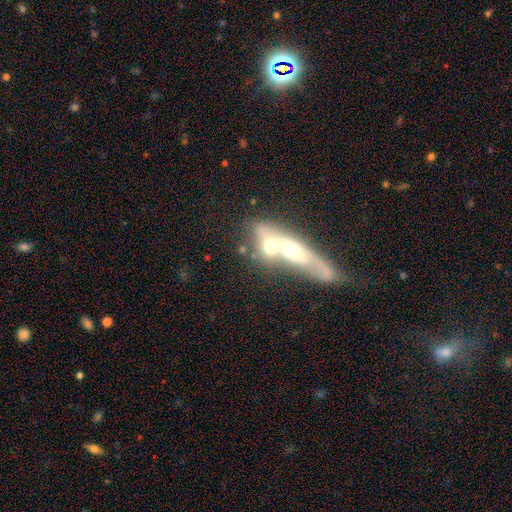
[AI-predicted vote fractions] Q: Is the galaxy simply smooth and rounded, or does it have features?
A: featured or disk — 62%.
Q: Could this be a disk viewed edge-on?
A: yes — 51%.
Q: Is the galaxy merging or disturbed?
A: merger — 56%.